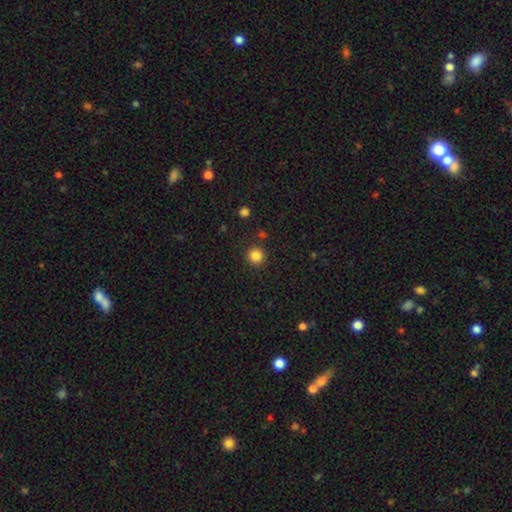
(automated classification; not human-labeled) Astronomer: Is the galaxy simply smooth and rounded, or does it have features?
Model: smooth — 85%.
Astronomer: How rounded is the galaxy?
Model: round — 94%.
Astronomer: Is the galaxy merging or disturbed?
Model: none — 90%.